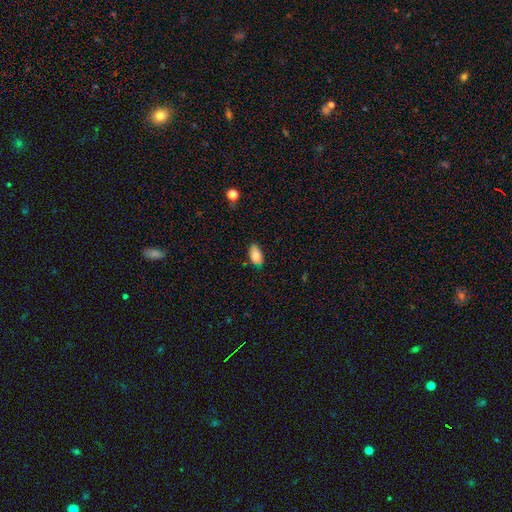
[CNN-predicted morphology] This appears to be a smooth galaxy with no disk features (85%) that is in between round and cigar-shaped (93%). Merging: none (75%).